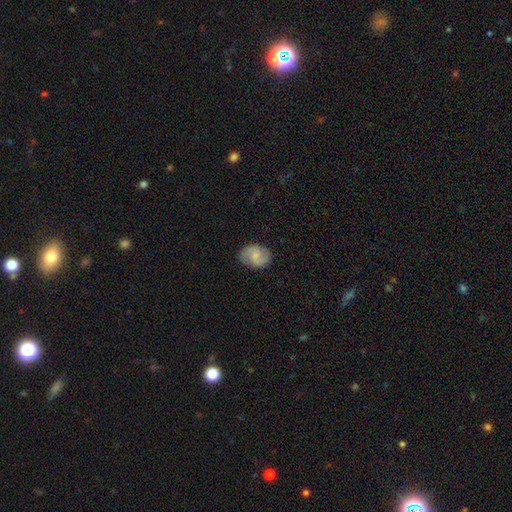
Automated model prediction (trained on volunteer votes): smooth 53%, featured or disk 39%, star or artifact 8%. Down the decision tree: how rounded — in between (65%); merging — none (81%).